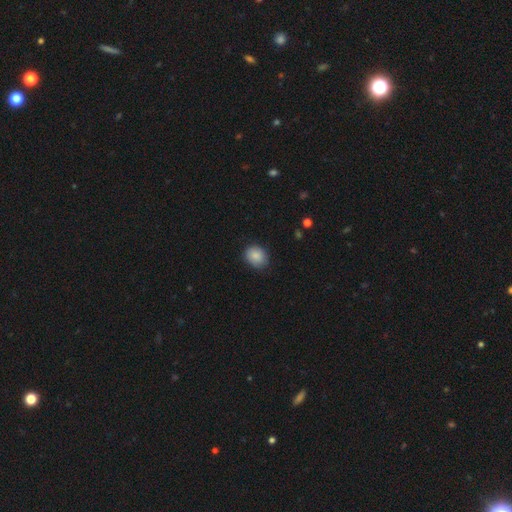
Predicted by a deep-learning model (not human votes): Smooth or featured?
  - smooth: 86% *
  - star or artifact: 7%
  - featured or disk: 7%
How rounded?
  - round: 52% *
  - in between: 48%
  - cigar-shaped: 1%
Merging?
  - none: 78% *
  - minor disturbance: 17%
  - major disturbance: 3%
  - merger: 1%